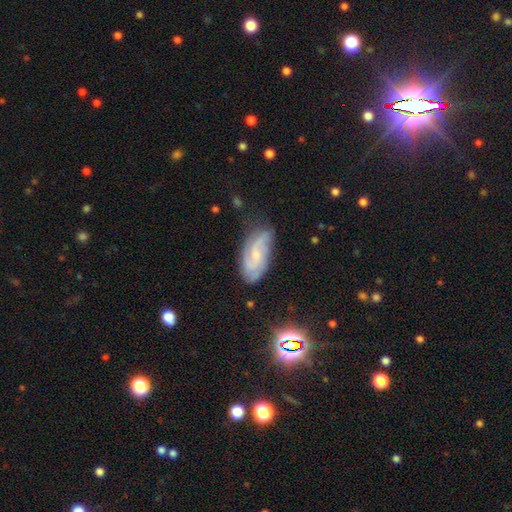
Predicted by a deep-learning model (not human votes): This is likely a featured or disk galaxy (74%). It is clearly not viewed edge-on (95%). Bar: possibly no (56%). Spiral arm pattern: clearly yes (95%). Spiral arm count: marginally 2 (39%). Spiral winding: marginally medium (44%). Central bulge: likely small (65%). Merging: likely none (71%).